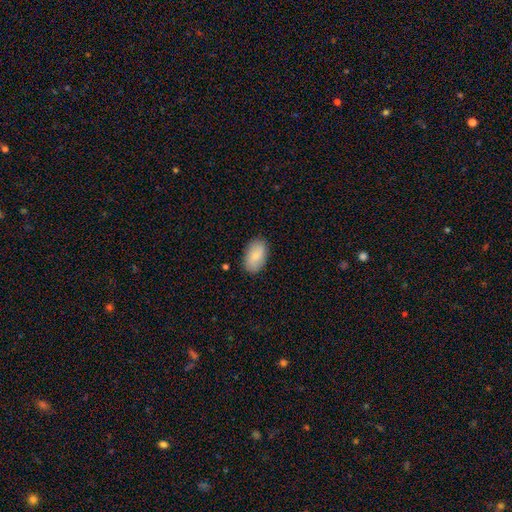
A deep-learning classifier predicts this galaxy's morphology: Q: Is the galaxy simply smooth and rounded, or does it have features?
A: smooth — 83%.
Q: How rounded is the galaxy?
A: in between — 93%.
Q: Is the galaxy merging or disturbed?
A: none — 87%.